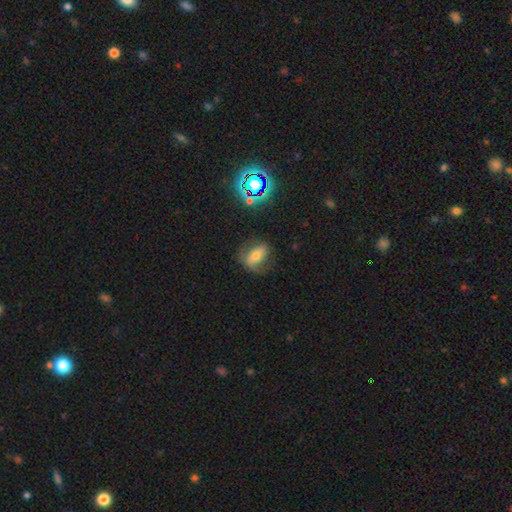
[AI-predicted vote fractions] Overall: smooth (45%; featured or disk 39%). Merging: none (64%).